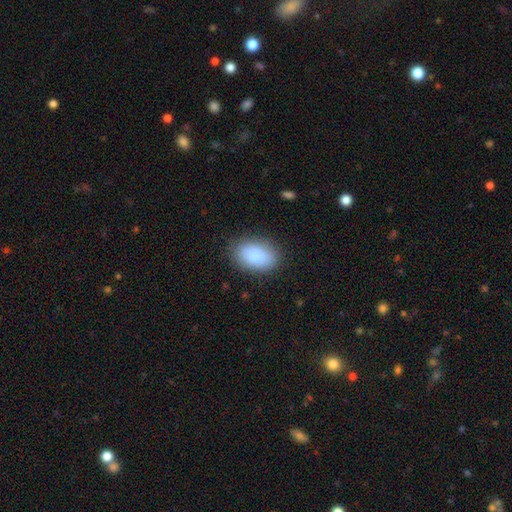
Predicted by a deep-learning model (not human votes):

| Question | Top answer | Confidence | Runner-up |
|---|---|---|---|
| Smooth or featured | smooth | 88% | star or artifact (7%) |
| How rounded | in between | 86% | round (13%) |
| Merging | none | 83% | minor disturbance (12%) |